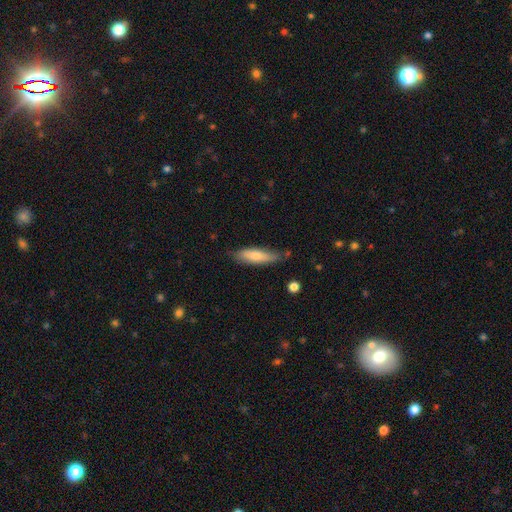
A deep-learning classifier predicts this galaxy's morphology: smooth 72%, featured or disk 22%, star or artifact 6%. Down the decision tree: how rounded — cigar-shaped (62%); merging — none (69%).